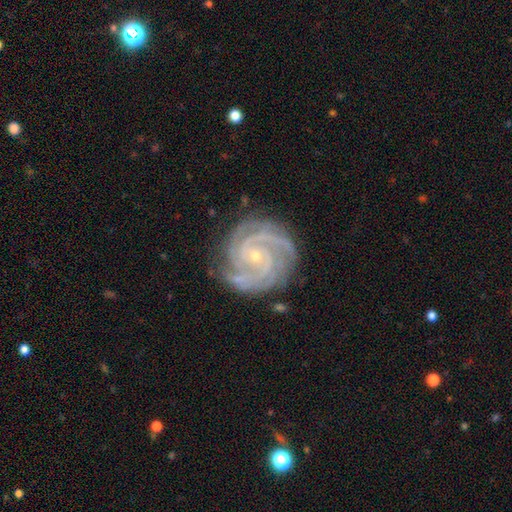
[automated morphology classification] Q: Smooth or featured?
A: featured or disk (92%); runner-up: star or artifact (5%)
Q: Edge-on disk?
A: no (98%); runner-up: yes (2%)
Q: Bar?
A: no (67%); runner-up: weak (24%)
Q: Spiral arms?
A: yes (99%); runner-up: no (1%)
Q: Spiral winding?
A: tight (77%); runner-up: medium (21%)
Q: Spiral arm count?
A: 3 (38%); runner-up: 4 (22%)
Q: Bulge size?
A: small (83%); runner-up: moderate (14%)
Q: Merging?
A: none (79%); runner-up: minor disturbance (15%)